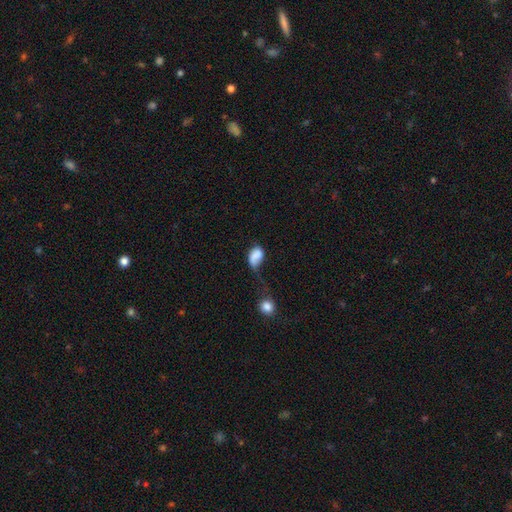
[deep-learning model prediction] This is likely a smooth galaxy (77%). How rounded: clearly in between (83%). Merging: marginally major disturbance (37%).